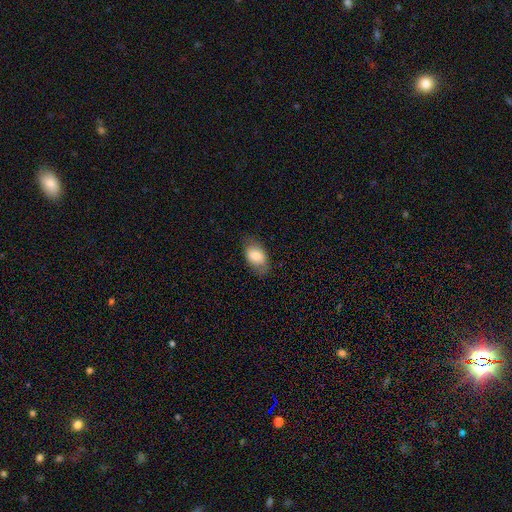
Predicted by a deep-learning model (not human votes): smooth-or-featured: smooth: 77% | featured or disk: 16% | star or artifact: 7%
  how-rounded: in between: 88% | round: 10% | cigar-shaped: 2%
  merging: none: 76% | minor disturbance: 18% | major disturbance: 5% | merger: 1%